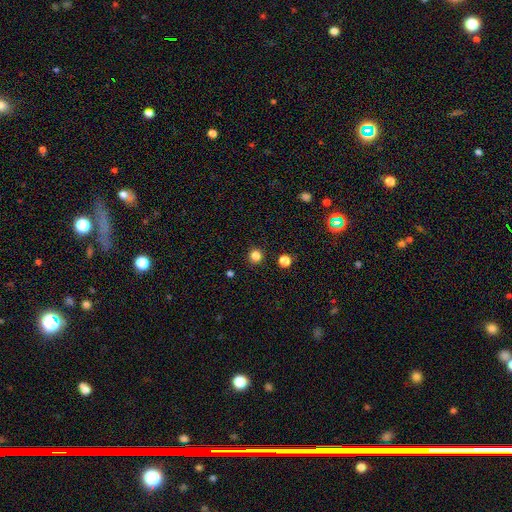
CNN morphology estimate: smooth 82%, star or artifact 14%, featured or disk 4%. Down the decision tree: how rounded — round (94%); merging — none (92%).